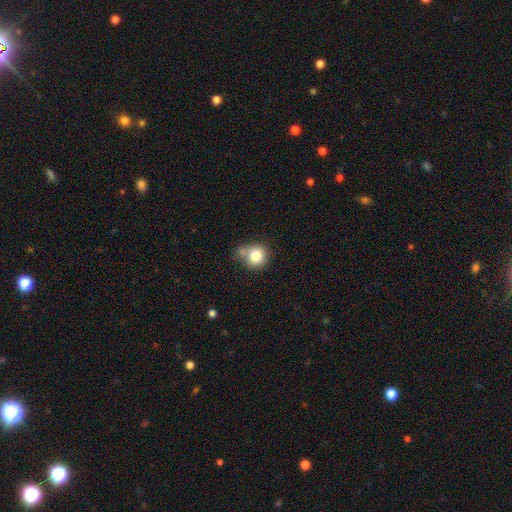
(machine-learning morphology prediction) The model was most divided on "merging": none: 52%, merger: 21%, minor disturbance: 20%, major disturbance: 7%. More confident: how rounded — round (83%); smooth or featured — smooth (80%).